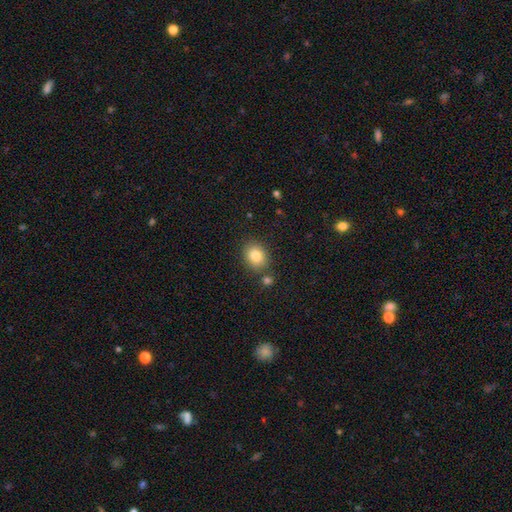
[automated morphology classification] This appears to be a smooth galaxy with no disk features (83%) that is round (58%). Merging: none (80%).